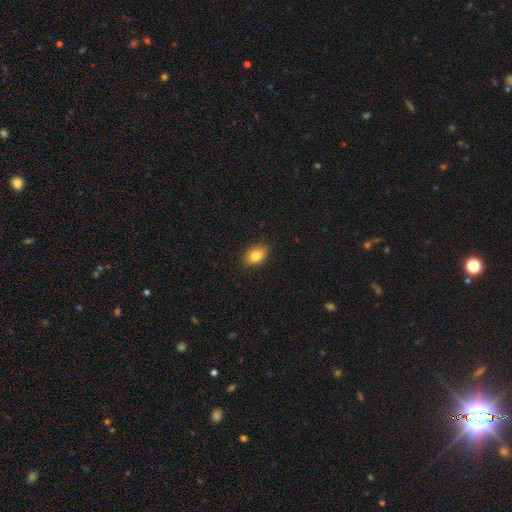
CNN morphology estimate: type=smooth (82%); roundness=in between (83%); merging=none (87%).